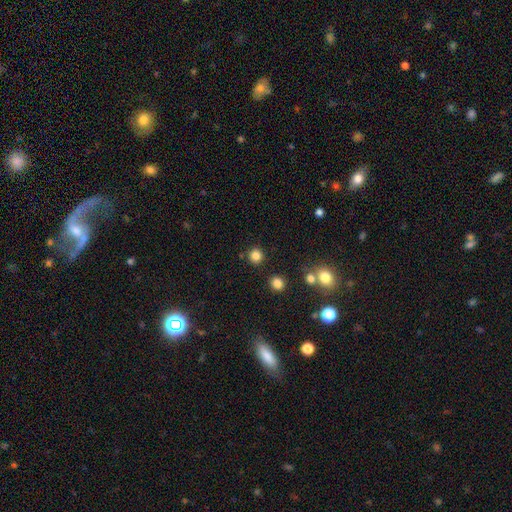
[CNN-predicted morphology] A smooth galaxy with no disk features (82%) that is round (93%).

Vote fractions:
- Smooth or featured? smooth: 82% / star or artifact: 13% / featured or disk: 4%
- How rounded? round: 93% / in between: 6% / cigar-shaped: 1%
- Merging? none: 87% / minor disturbance: 6% / merger: 4% / major disturbance: 2%